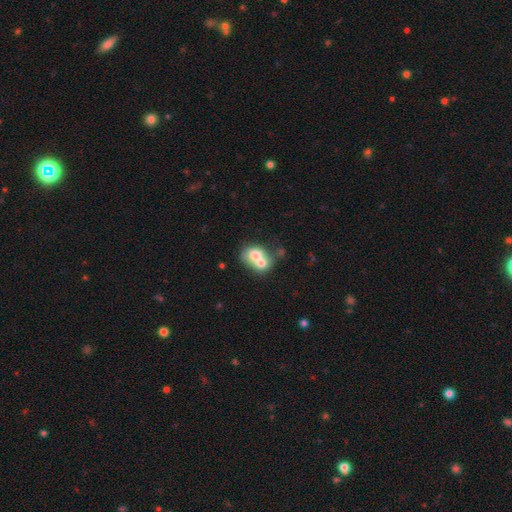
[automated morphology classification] type=smooth (67%); roundness=round (54%); merging=merger (70%).